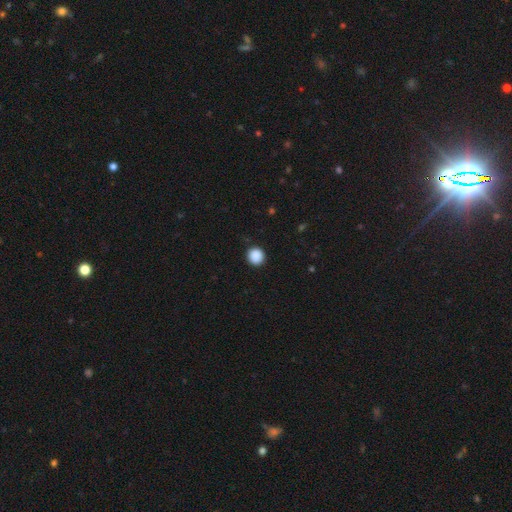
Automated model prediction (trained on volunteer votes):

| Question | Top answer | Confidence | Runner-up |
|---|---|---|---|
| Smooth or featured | smooth | 89% | star or artifact (9%) |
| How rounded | round | 92% | in between (7%) |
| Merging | none | 90% | minor disturbance (7%) |